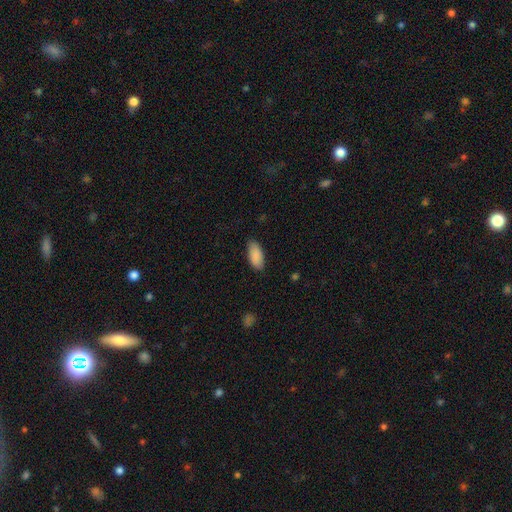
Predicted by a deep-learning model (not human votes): Smooth or featured? Predicted: smooth (p=0.90). How rounded? Predicted: in between (p=0.90). Merging? Predicted: none (p=0.86).